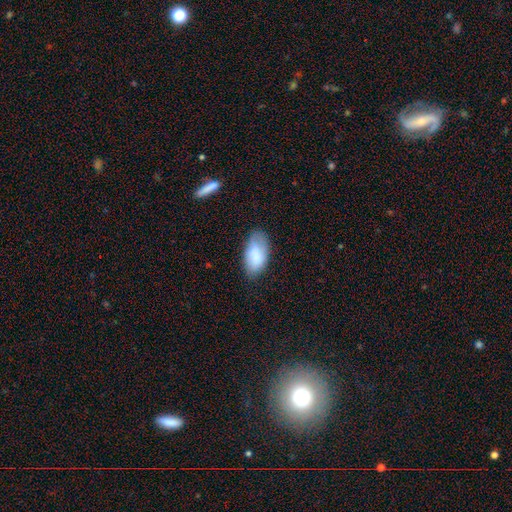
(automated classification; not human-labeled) Q: Smooth or featured?
A: smooth (82%); runner-up: featured or disk (12%)
Q: How rounded?
A: in between (95%); runner-up: round (3%)
Q: Merging?
A: none (70%); runner-up: minor disturbance (23%)